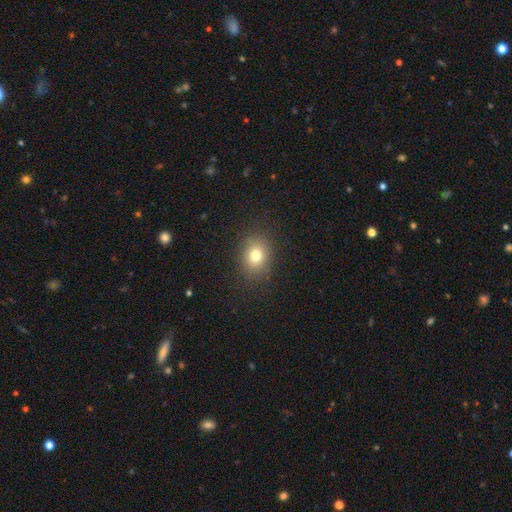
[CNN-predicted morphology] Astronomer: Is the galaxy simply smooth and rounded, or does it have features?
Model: smooth — 77%.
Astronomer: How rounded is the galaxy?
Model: in between — 54% (runner-up: round, 45%).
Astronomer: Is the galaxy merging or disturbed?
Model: none — 87%.